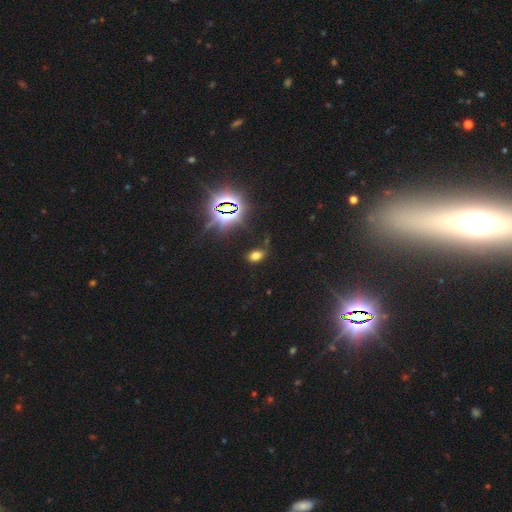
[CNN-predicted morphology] Q: Smooth or featured?
A: smooth (61%); runner-up: star or artifact (30%)
Q: How rounded?
A: in between (87%); runner-up: round (10%)
Q: Merging?
A: none (72%); runner-up: minor disturbance (17%)